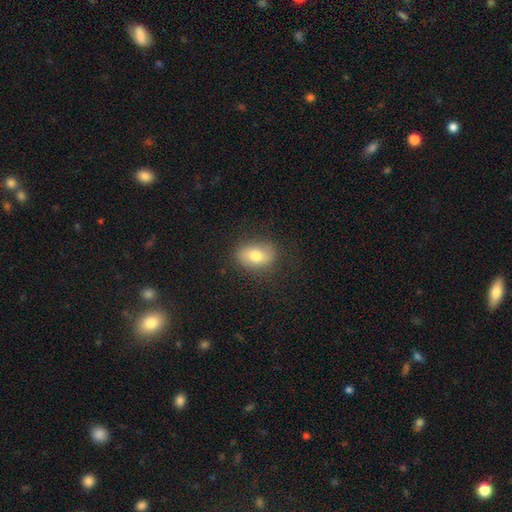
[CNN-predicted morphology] Smooth or featured? smooth (75%)
How rounded? in between (78%)
Merging? none (82%)